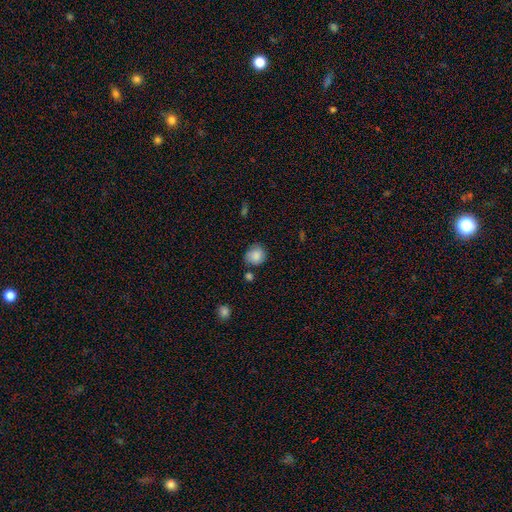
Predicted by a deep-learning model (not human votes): smooth-or-featured: smooth: 86% | star or artifact: 8% | featured or disk: 6%
  how-rounded: round: 78% | in between: 21% | cigar-shaped: 1%
  merging: none: 65% | minor disturbance: 23% | merger: 6% | major disturbance: 5%